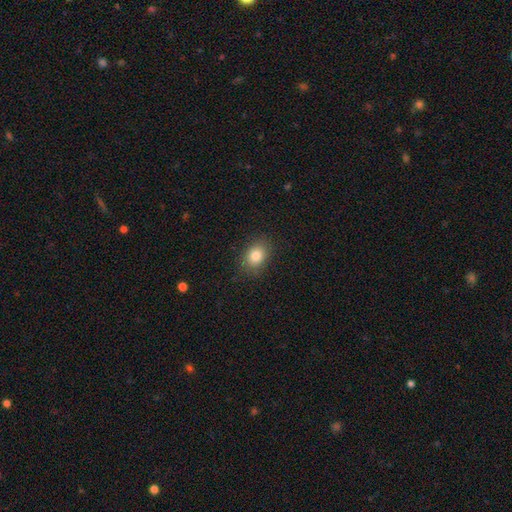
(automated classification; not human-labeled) Overall: smooth (83%). How rounded: in between (66%; round 33%). Merging: none (85%).